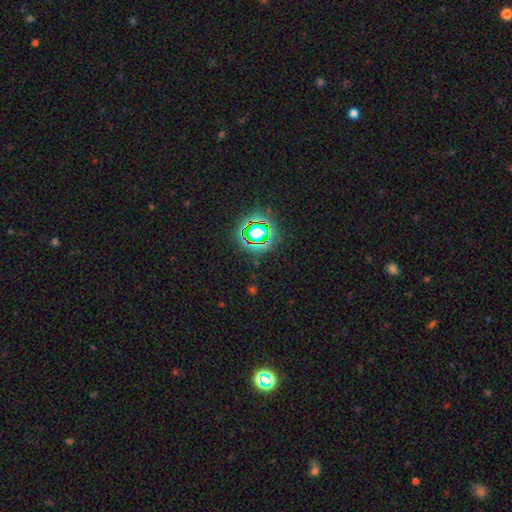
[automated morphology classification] The model was most divided on "smooth or featured": star or artifact: 76%, smooth: 16%, featured or disk: 8%.